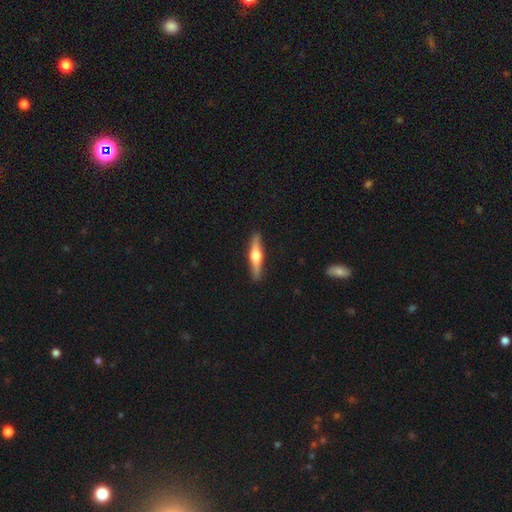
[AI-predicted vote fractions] Q: Smooth or featured?
A: featured or disk (62%); runner-up: smooth (33%)
Q: Edge-on disk?
A: yes (96%); runner-up: no (4%)
Q: Edge-on bulge?
A: rounded (94%); runner-up: boxy (3%)
Q: Merging?
A: none (90%); runner-up: minor disturbance (7%)